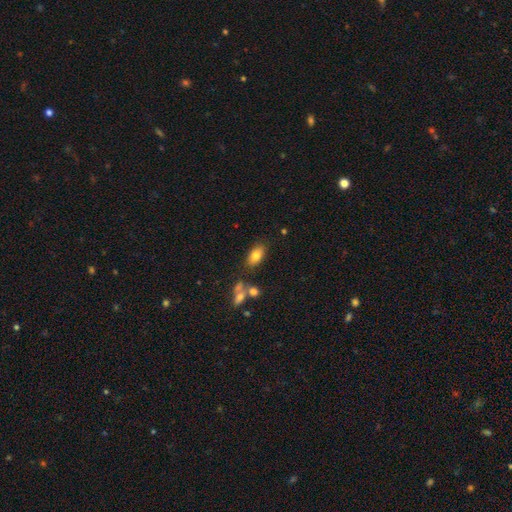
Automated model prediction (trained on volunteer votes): Morphology: type=smooth (79%); roundness=in between (90%); merging=none (76%).